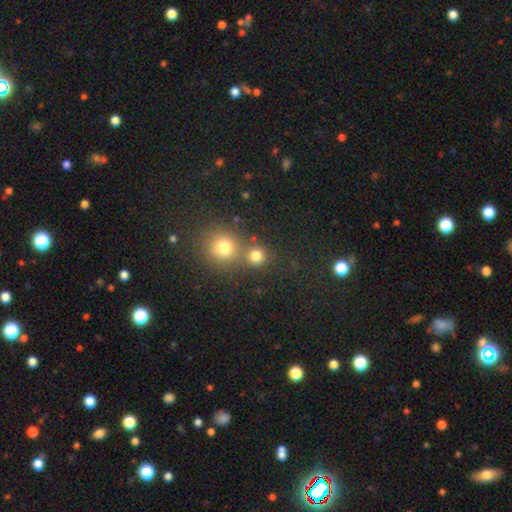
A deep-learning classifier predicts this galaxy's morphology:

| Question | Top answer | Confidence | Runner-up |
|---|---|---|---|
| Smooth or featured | smooth | 78% | star or artifact (16%) |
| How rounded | round | 89% | in between (10%) |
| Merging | none | 60% | merger (31%) |